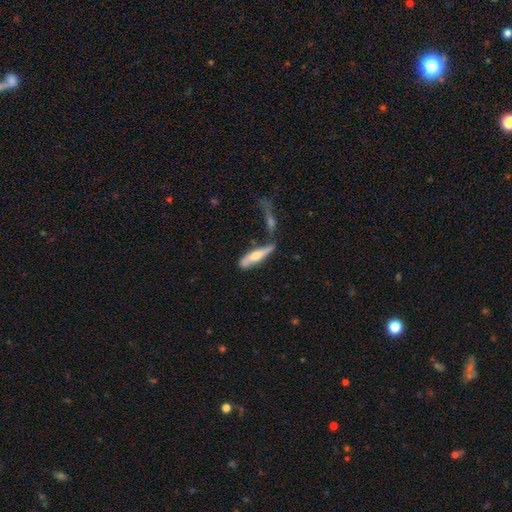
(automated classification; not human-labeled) Smooth or featured: smooth — 49% (featured or disk — 46%)
Merging: none — 46% (minor disturbance — 22%)